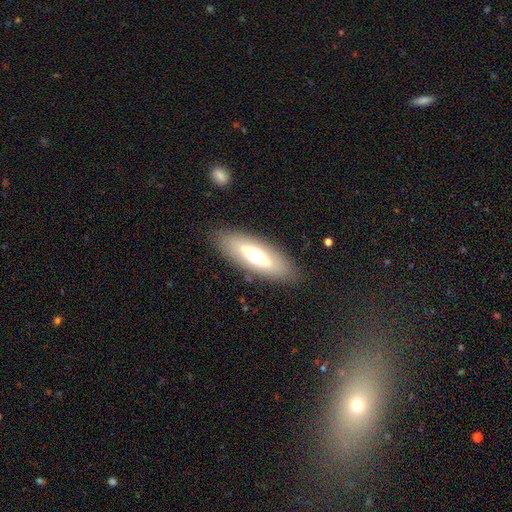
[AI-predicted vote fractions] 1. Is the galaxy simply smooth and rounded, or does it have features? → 54% smooth, 39% featured or disk, 7% star or artifact.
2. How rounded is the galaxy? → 68% in between, 29% cigar-shaped, 3% round.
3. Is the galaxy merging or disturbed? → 84% none, 10% minor disturbance, 4% major disturbance, 1% merger.